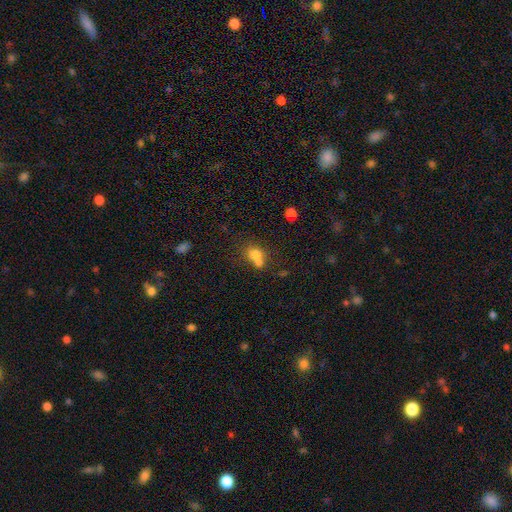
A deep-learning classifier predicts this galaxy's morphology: Smooth or featured: smooth — 73% (featured or disk — 15%)
How rounded: round — 63% (in between — 35%)
Merging: merger — 55% (none — 30%)